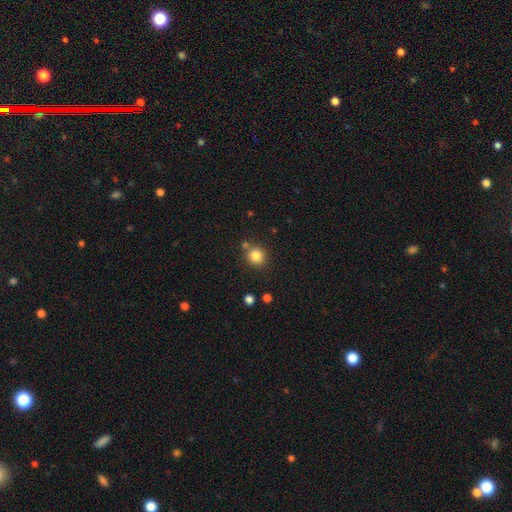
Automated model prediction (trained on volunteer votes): This is clearly a smooth galaxy (83%). How rounded: clearly round (87%). Merging: likely none (77%).